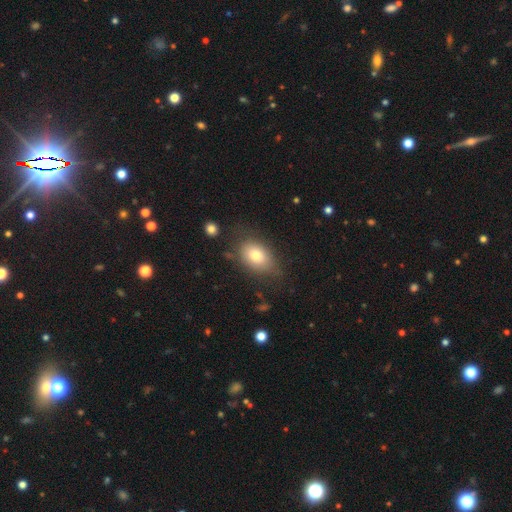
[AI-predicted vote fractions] Smooth or featured: smooth — 75% (featured or disk — 15%)
How rounded: in between — 79% (round — 20%)
Merging: none — 69% (minor disturbance — 21%)